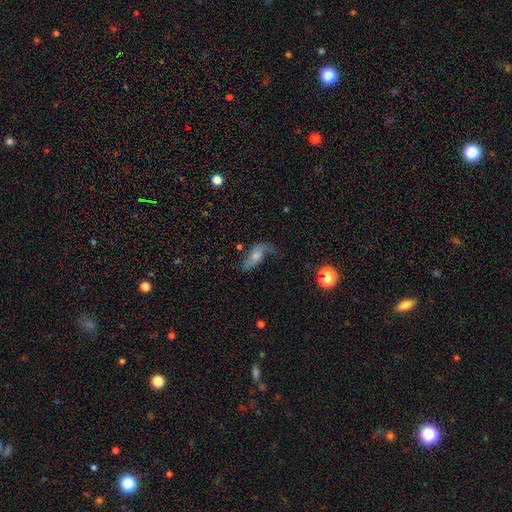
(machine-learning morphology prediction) Smooth or featured: featured or disk — 54% (smooth — 36%)
Edge-on disk: no — 87% (yes — 13%)
Merging: none — 45% (minor disturbance — 28%)